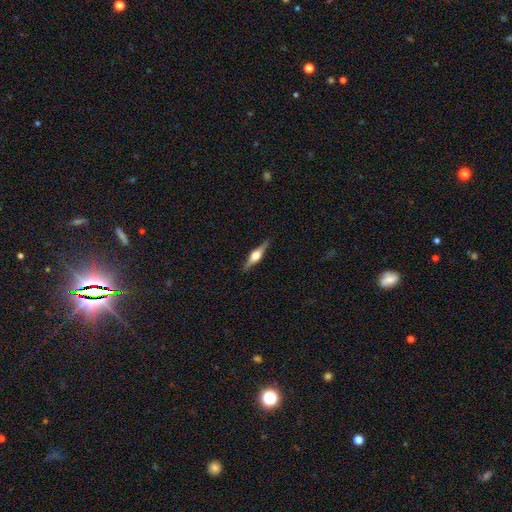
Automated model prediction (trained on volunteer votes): Smooth or featured? featured or disk (75%)
Edge-on disk? yes (98%)
Edge-on bulge? rounded (94%)
Merging? none (90%)